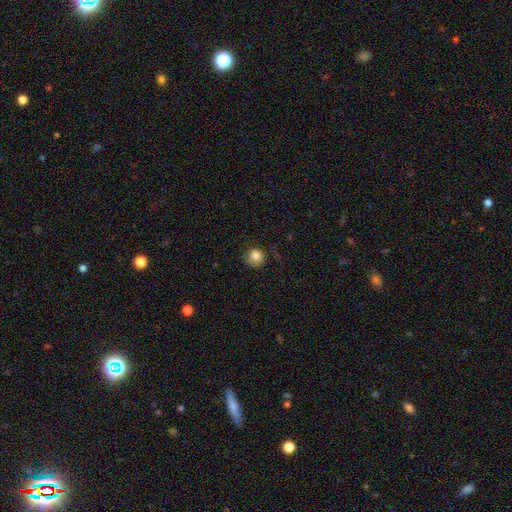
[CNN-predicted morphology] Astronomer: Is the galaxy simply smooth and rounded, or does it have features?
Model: smooth — 84%.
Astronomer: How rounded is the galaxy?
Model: round — 86%.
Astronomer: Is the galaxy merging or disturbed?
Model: none — 67%.